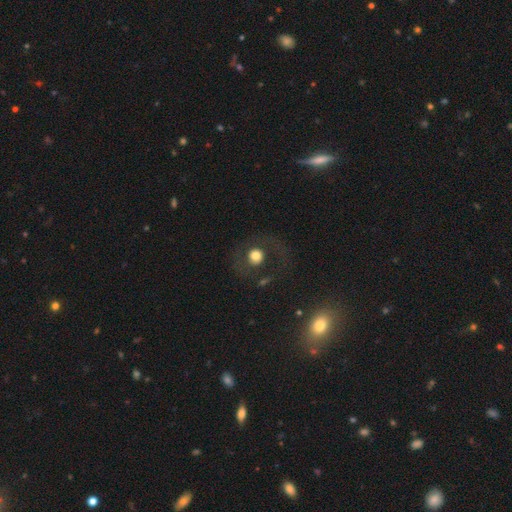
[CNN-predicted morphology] smooth 64%, featured or disk 25%, star or artifact 11%. Down the decision tree: how rounded — round (87%); merging — none (70%).